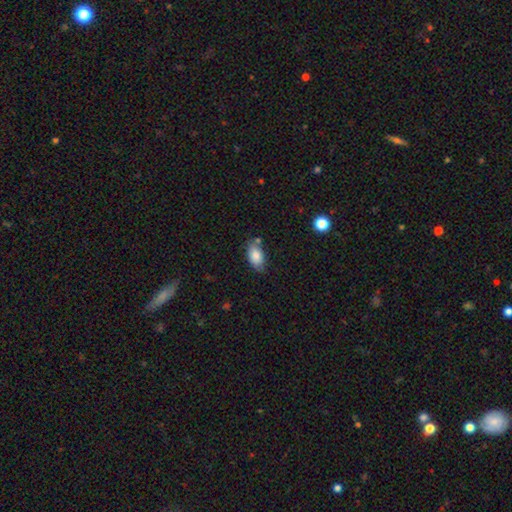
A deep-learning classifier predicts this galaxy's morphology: smooth_or_featured: smooth (p=0.83) [alt: featured or disk p=0.10]
how_rounded: in between (p=0.92) [alt: round p=0.06]
merging: none (p=0.69) [alt: minor disturbance p=0.20]